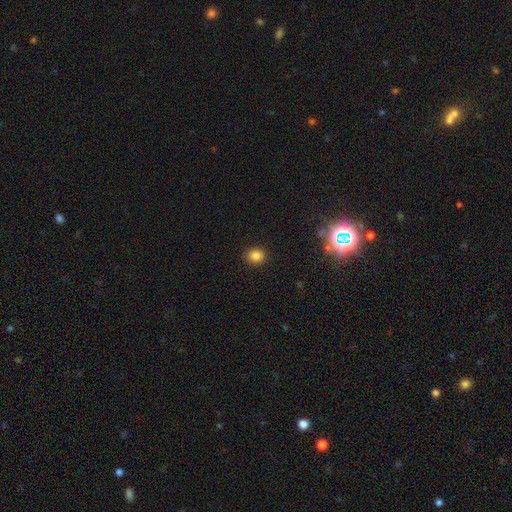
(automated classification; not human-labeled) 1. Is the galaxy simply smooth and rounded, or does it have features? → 84% smooth, 13% star or artifact, 4% featured or disk.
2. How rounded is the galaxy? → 70% round, 29% in between, 1% cigar-shaped.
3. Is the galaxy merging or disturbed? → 89% none, 7% minor disturbance, 2% major disturbance, 1% merger.